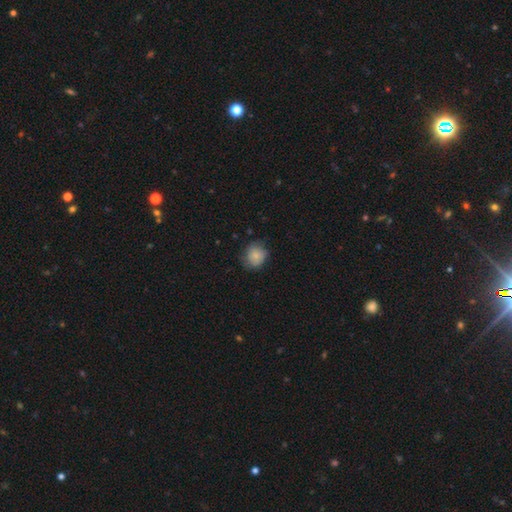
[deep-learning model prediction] A smooth galaxy with no disk features (79%) that is round (71%). Merging: none (64%).